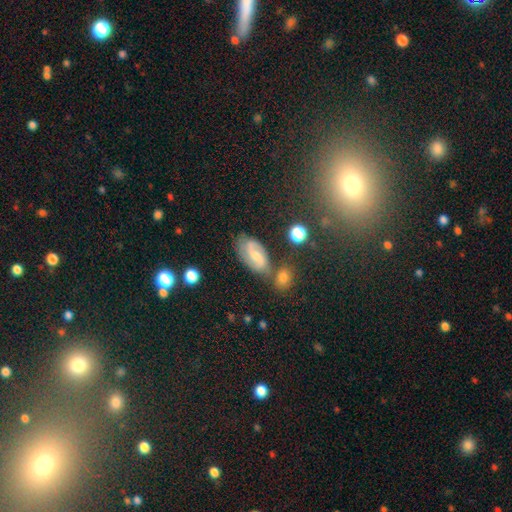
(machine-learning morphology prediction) Smooth or featured? featured or disk (63%)
Edge-on disk? no (95%)
Bar? weak (53%)
Spiral arms? yes (89%)
Spiral winding? medium (49%)
Spiral arm count? 2 (82%)
Bulge size? small (46%)
Merging? none (60%)